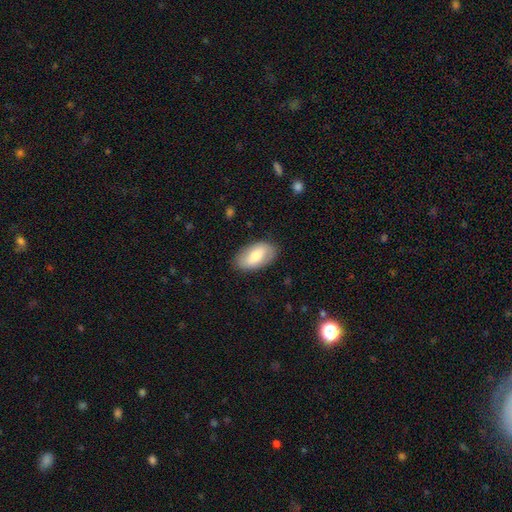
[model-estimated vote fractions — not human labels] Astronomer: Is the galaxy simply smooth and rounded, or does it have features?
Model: smooth — 63%.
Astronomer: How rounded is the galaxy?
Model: in between — 94%.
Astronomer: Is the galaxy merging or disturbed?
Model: none — 84%.